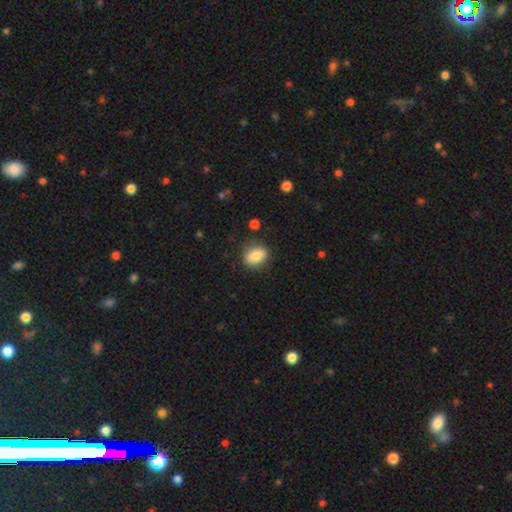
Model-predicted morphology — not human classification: Smooth or featured?
  - smooth: 85% *
  - star or artifact: 8%
  - featured or disk: 7%
How rounded?
  - in between: 67% *
  - round: 32%
  - cigar-shaped: 1%
Merging?
  - none: 81% *
  - minor disturbance: 13%
  - major disturbance: 4%
  - merger: 2%